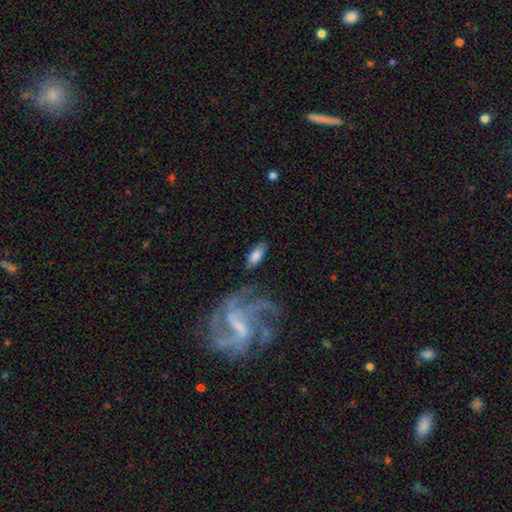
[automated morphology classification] Q: Smooth or featured?
A: smooth (77%); runner-up: featured or disk (17%)
Q: How rounded?
A: in between (83%); runner-up: cigar-shaped (14%)
Q: Merging?
A: none (73%); runner-up: minor disturbance (16%)